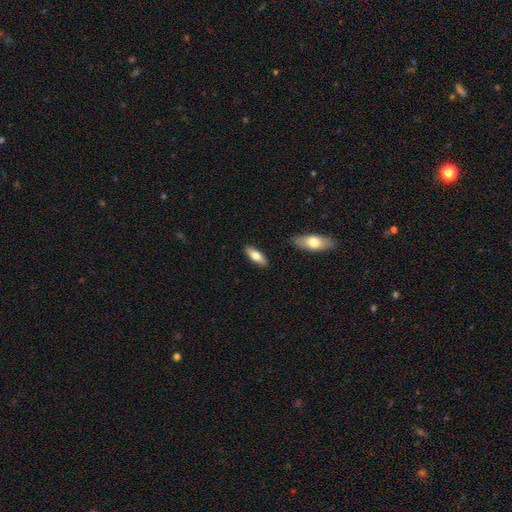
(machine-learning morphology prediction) This appears to be a smooth galaxy with no disk features (73%) that is in between round and cigar-shaped (71%). Merging: none (87%).